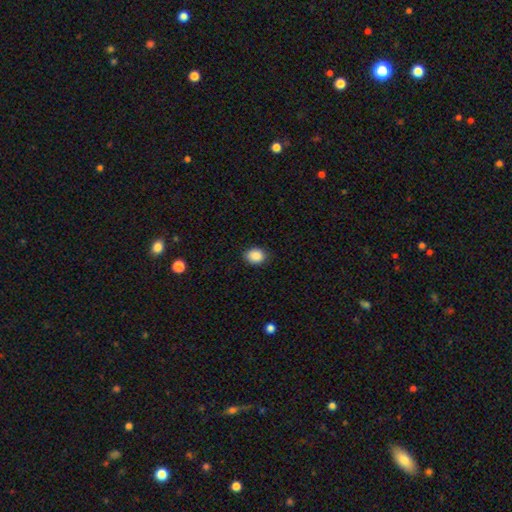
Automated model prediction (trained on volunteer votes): Smooth or featured?
  - smooth: 88% *
  - star or artifact: 8%
  - featured or disk: 3%
How rounded?
  - round: 50% *
  - in between: 49%
  - cigar-shaped: 1%
Merging?
  - none: 86% *
  - minor disturbance: 11%
  - major disturbance: 2%
  - merger: 1%